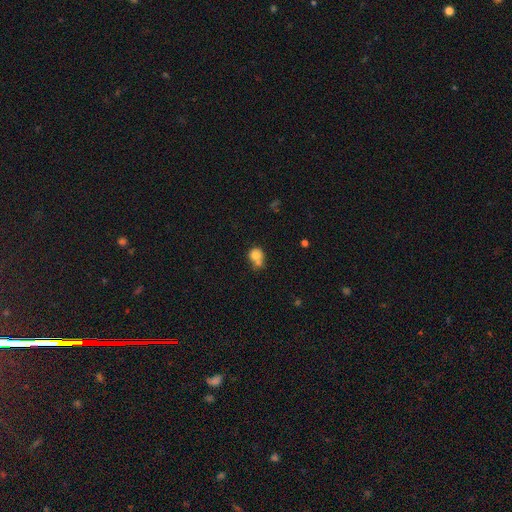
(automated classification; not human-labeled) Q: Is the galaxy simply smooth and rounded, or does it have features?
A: smooth — 77%.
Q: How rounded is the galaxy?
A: round — 72%.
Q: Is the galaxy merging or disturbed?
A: merger — 47%.